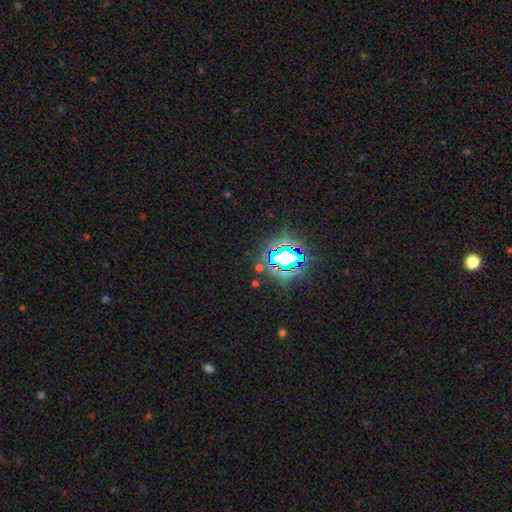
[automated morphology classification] Smooth or featured? star or artifact (78%)